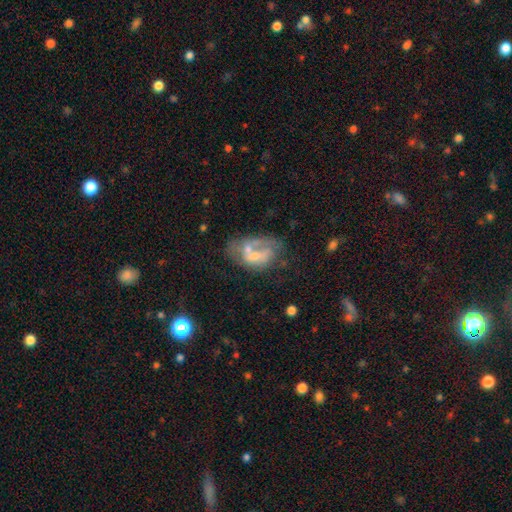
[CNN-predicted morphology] Q: Smooth or featured?
A: featured or disk (55%); runner-up: smooth (35%)
Q: Edge-on disk?
A: no (97%); runner-up: yes (3%)
Q: Bar?
A: no (69%); runner-up: weak (24%)
Q: Spiral arms?
A: no (67%); runner-up: yes (33%)
Q: Bulge size?
A: small (33%); runner-up: none (31%)
Q: Merging?
A: major disturbance (28%); runner-up: none (27%)